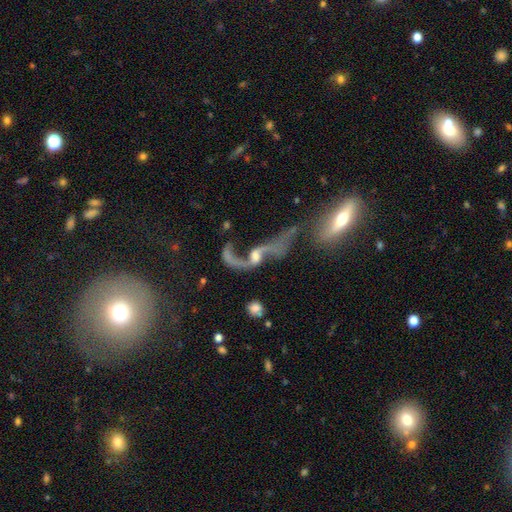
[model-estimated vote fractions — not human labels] smooth-or-featured: featured or disk: 82% | smooth: 9% | star or artifact: 9%
  disk-edge-on: no: 92% | yes: 8%
    bar: no: 54% | weak: 32% | strong: 14%
    has-spiral-arms: yes: 86% | no: 14%
      spiral-winding: loose: 93% | medium: 5% | tight: 2%
      spiral-arm-count: 2: 87% | 1: 8% | can't tell: 2% | 3: 1% | 4: 1% | more than 4: 1%
    bulge-size: moderate: 40% | small: 39% | none: 13% | large: 6% | dominant: 3%
  merging: merger: 31% | none: 28% | major disturbance: 28% | minor disturbance: 13%